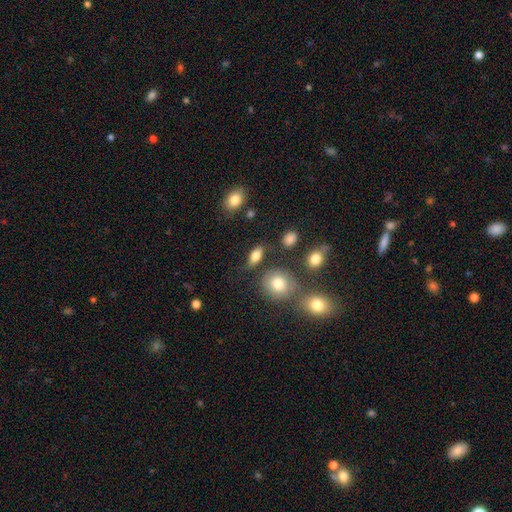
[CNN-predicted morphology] Smooth or featured: smooth — 75% (featured or disk — 15%)
How rounded: in between — 79% (round — 13%)
Merging: none — 68% (minor disturbance — 17%)